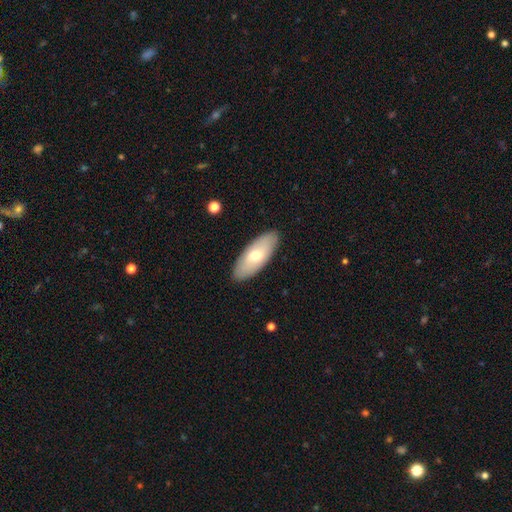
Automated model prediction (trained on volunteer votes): This appears to be a smooth galaxy with no disk features (62%) that is in between round and cigar-shaped (83%). Merging: none (89%).